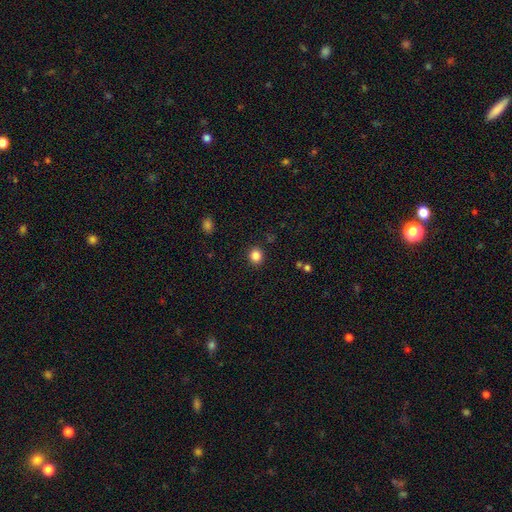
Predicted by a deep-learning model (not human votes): This is clearly a smooth galaxy (85%). How rounded: likely round (80%). Merging: clearly none (90%).